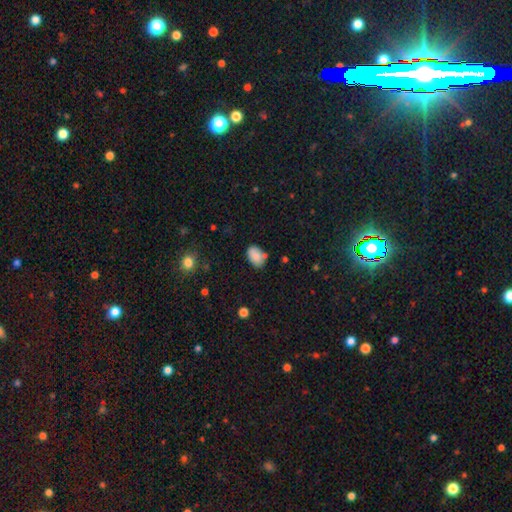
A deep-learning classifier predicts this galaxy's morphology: A smooth galaxy with no disk features (85%) that is in between round and cigar-shaped (86%). Merging: none (67%).